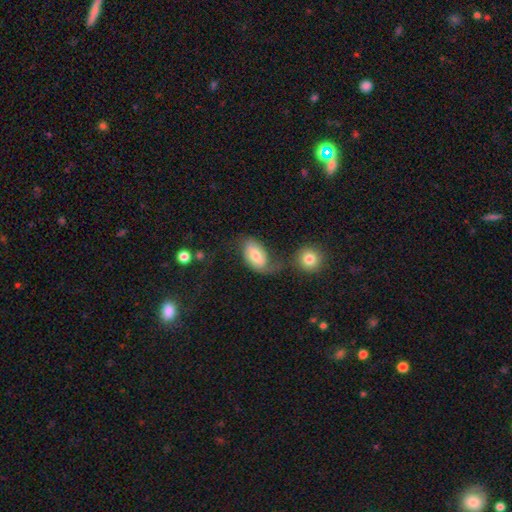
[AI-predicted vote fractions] A smooth galaxy with no disk features (56%) that is in between round and cigar-shaped (91%).

Vote fractions:
- Smooth or featured? smooth: 56% / featured or disk: 36% / star or artifact: 7%
- How rounded? in between: 91% / round: 7% / cigar-shaped: 2%
- Merging? none: 36% / minor disturbance: 24% / major disturbance: 20% / merger: 20%